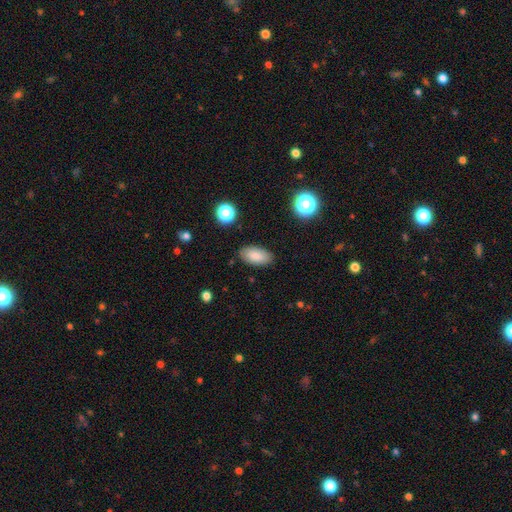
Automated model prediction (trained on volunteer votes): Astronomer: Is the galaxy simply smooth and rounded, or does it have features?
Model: smooth — 85%.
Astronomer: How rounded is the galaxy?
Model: in between — 93%.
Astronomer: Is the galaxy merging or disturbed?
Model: none — 86%.